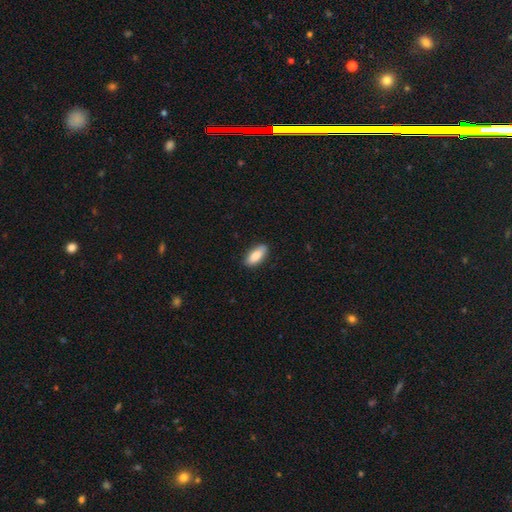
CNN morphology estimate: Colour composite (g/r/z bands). It shows a smooth galaxy with no disk features (83%) that is in between round and cigar-shaped (82%). Merging: none (87%).